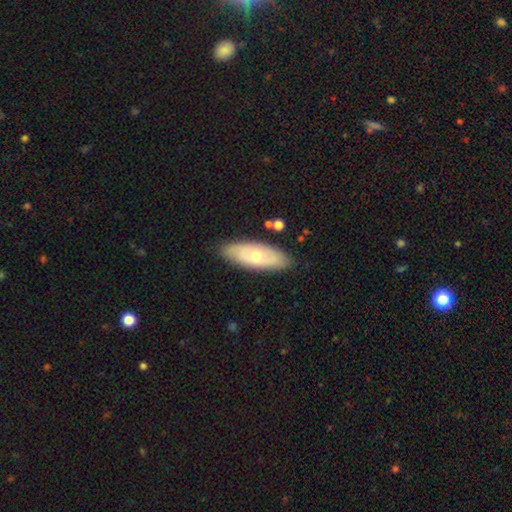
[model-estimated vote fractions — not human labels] A smooth galaxy with no disk features (48%). Merging: none (84%).